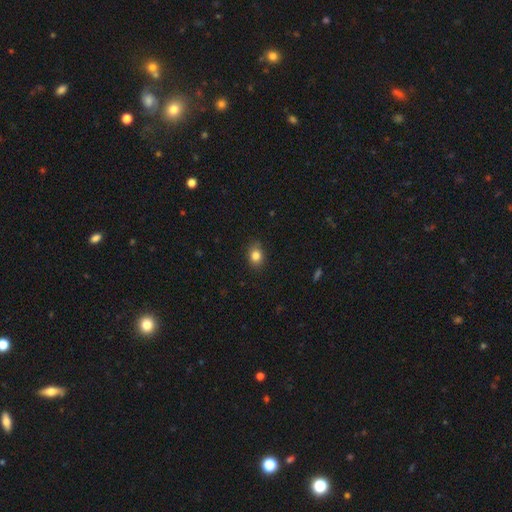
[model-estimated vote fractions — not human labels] Smooth or featured? smooth (83%)
How rounded? in between (55%)
Merging? none (83%)